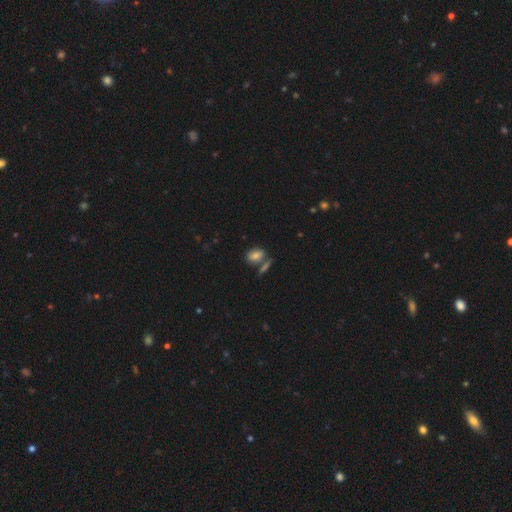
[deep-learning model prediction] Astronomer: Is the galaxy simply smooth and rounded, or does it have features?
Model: smooth — 80%.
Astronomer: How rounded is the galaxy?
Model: in between — 85%.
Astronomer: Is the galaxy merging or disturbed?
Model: none — 57%.